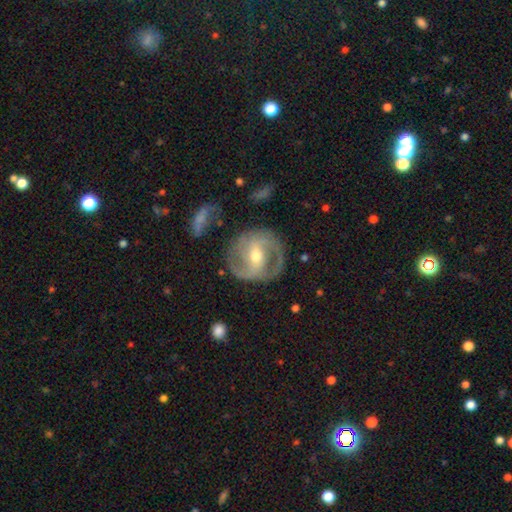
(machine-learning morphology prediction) featured or disk 84%, smooth 11%, star or artifact 5%. Down the decision tree: edge-on disk — no (96%); bar — weak (40%, tied with strong); spiral arms — yes (89%); spiral arm count — 2 (79%); spiral winding — medium (48%); bulge size — moderate (64%); merging — none (77%).